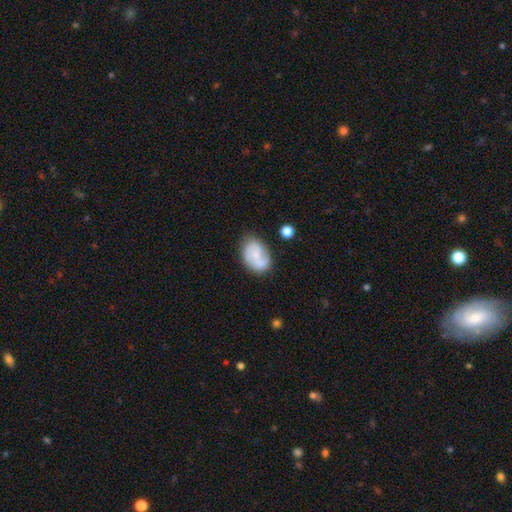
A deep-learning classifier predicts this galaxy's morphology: A smooth galaxy with no disk features (49%). Merging: none (60%).